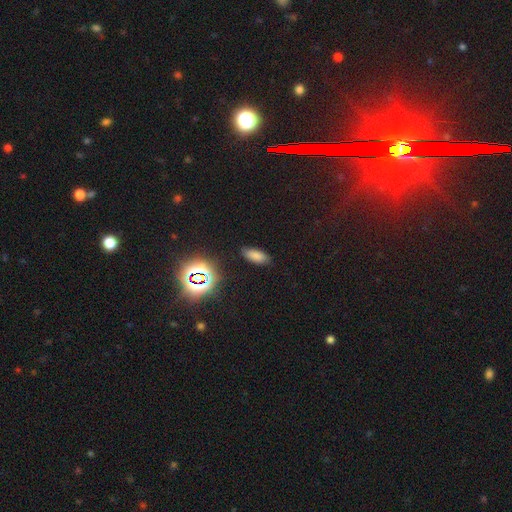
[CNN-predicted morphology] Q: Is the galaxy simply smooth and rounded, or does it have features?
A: smooth — 75%.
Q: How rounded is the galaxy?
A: in between — 82%.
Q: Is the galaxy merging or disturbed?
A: none — 85%.